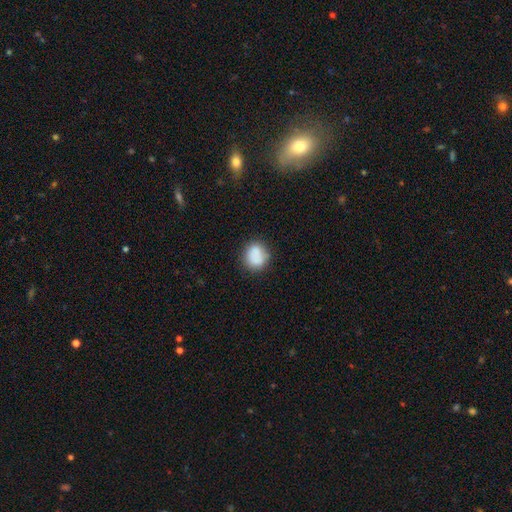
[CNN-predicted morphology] Smooth or featured?
  - smooth: 81% *
  - featured or disk: 11%
  - star or artifact: 8%
How rounded?
  - round: 67% *
  - in between: 32%
  - cigar-shaped: 1%
Merging?
  - none: 66% *
  - minor disturbance: 20%
  - merger: 8%
  - major disturbance: 6%